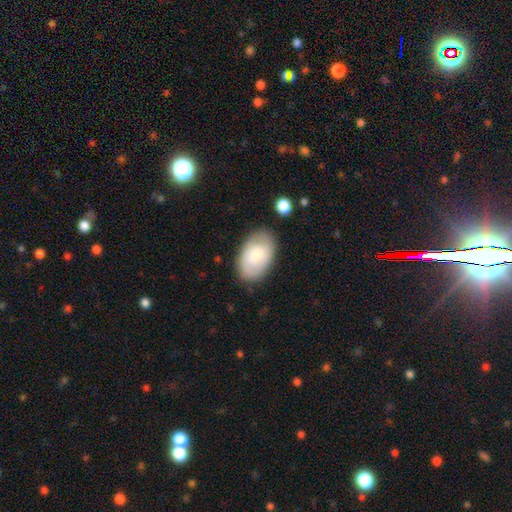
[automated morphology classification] A smooth galaxy with no disk features (70%) that is in between round and cigar-shaped (92%).

Vote fractions:
- Smooth or featured? smooth: 70% / featured or disk: 24% / star or artifact: 7%
- How rounded? in between: 92% / round: 6% / cigar-shaped: 1%
- Merging? none: 80% / minor disturbance: 14% / major disturbance: 4% / merger: 2%